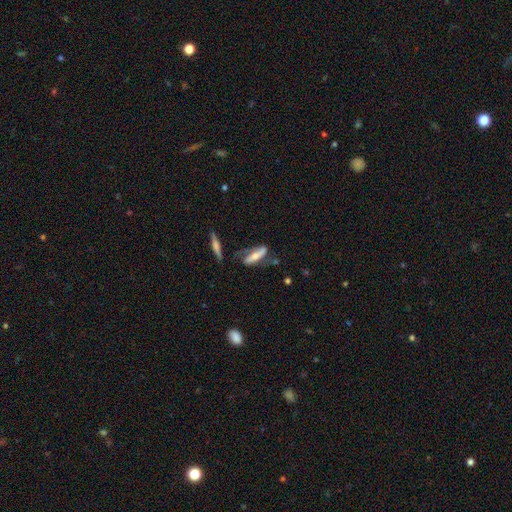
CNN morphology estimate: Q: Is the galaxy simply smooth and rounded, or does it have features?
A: featured or disk — 56%.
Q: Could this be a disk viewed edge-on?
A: no — 58%.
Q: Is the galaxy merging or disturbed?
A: none — 50%.